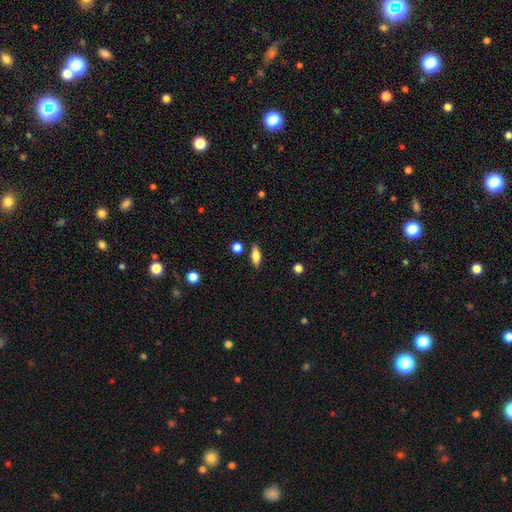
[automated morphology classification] The model was most divided on "smooth or featured": smooth: 67%, featured or disk: 25%, star or artifact: 8%. More confident: merging — none (84%); how rounded — in between (69%).